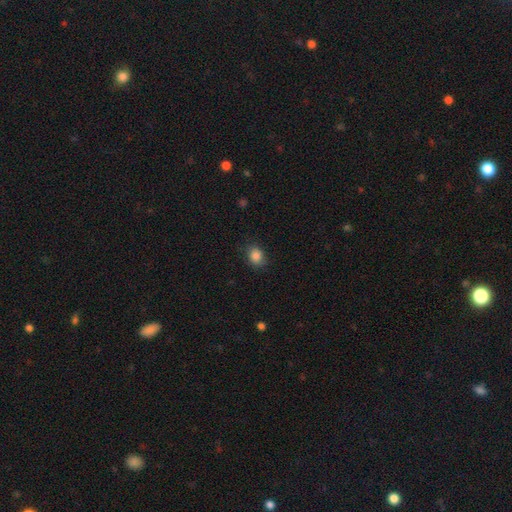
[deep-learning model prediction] Smooth or featured? smooth (87%)
How rounded? in between (53%)
Merging? none (81%)